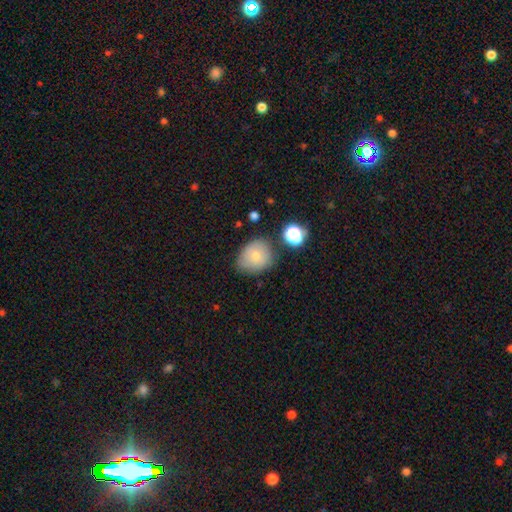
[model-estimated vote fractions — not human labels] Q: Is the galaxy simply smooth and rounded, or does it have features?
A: smooth — 72%.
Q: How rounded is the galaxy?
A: round — 63%.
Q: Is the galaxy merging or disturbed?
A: none — 64%.